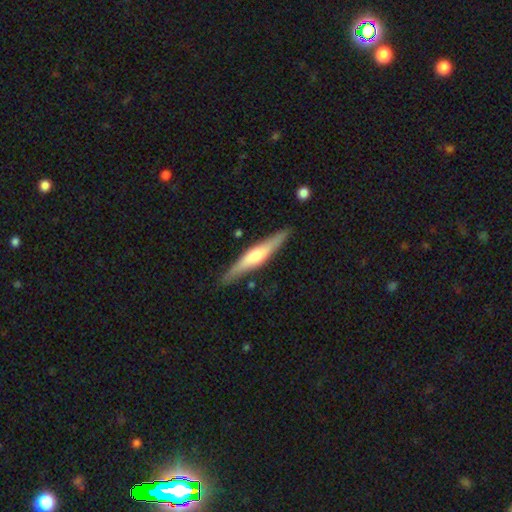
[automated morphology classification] A featured or disk galaxy (63%) viewed edge-on (96%) with a rounded central bulge (83%). Merging: none (88%).